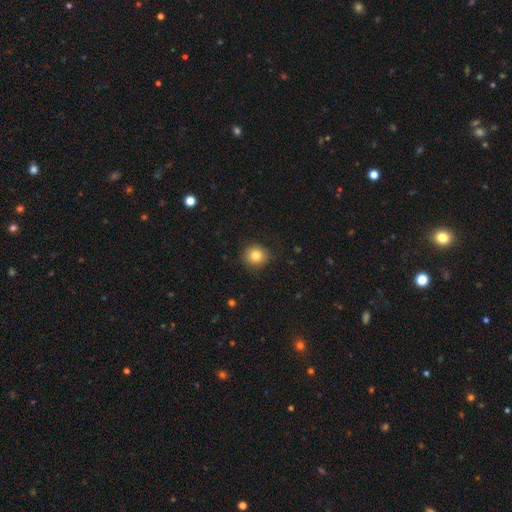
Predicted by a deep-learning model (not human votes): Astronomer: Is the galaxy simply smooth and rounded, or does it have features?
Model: smooth — 83%.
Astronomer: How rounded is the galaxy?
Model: round — 90%.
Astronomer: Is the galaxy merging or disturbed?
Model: none — 88%.